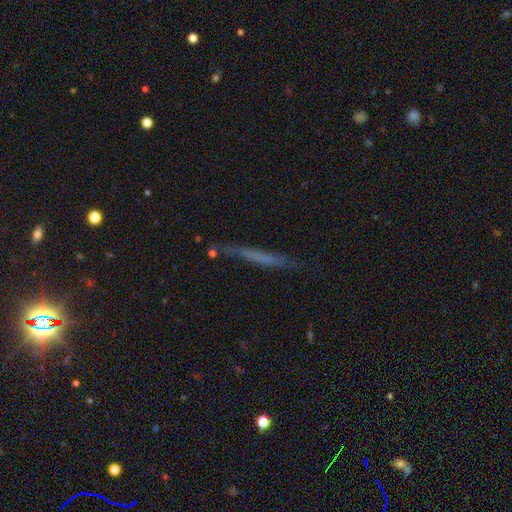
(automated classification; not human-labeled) Morphology: type=smooth (45%); merging=none (81%).